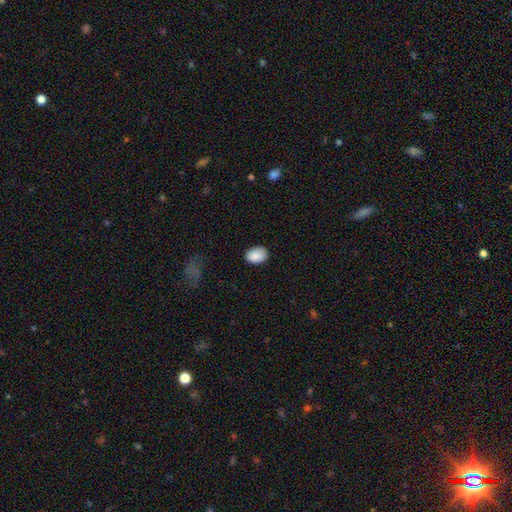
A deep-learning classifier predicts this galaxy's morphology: Overall: smooth (89%). How rounded: in between (80%). Merging: none (84%).